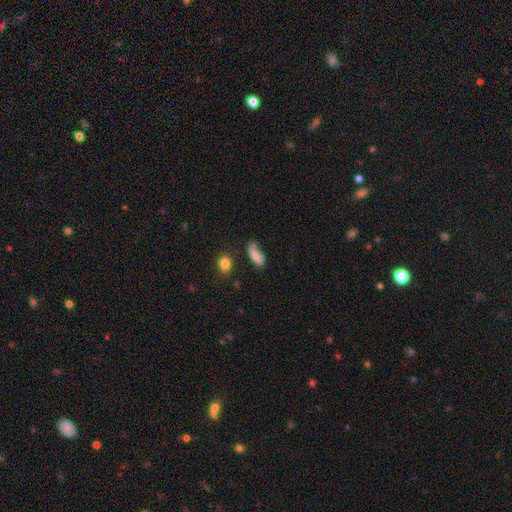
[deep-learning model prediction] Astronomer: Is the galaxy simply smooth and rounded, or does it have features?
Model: smooth — 72%.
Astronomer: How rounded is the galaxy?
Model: in between — 83%.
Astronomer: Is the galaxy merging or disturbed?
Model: none — 44% (runner-up: minor disturbance, 33%).